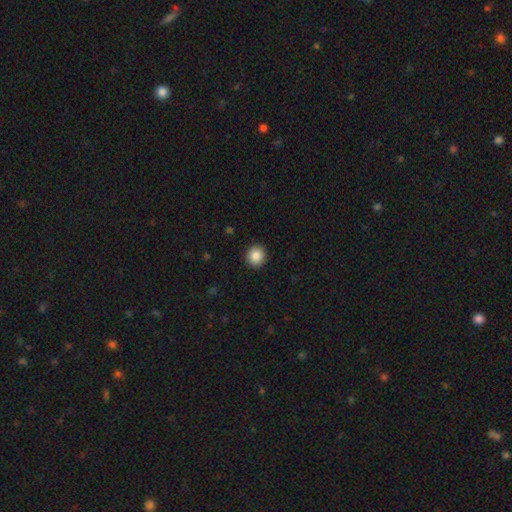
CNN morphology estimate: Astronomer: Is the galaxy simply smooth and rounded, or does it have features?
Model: smooth — 87%.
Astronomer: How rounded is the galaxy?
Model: round — 91%.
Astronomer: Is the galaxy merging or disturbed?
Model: none — 92%.